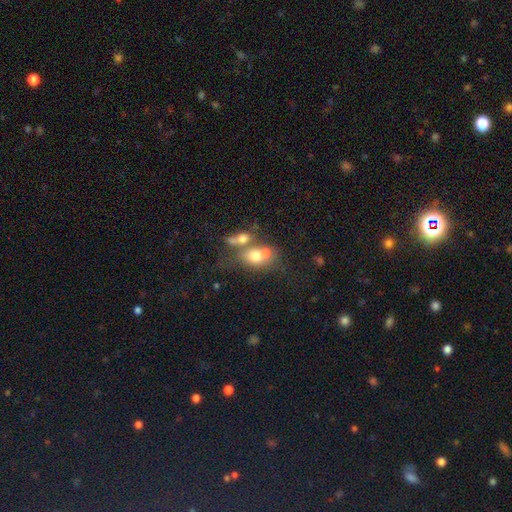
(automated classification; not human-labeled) Overall: smooth (66%). How rounded: in between (49%, tied with round). Merging: merger (53%; none 30%).